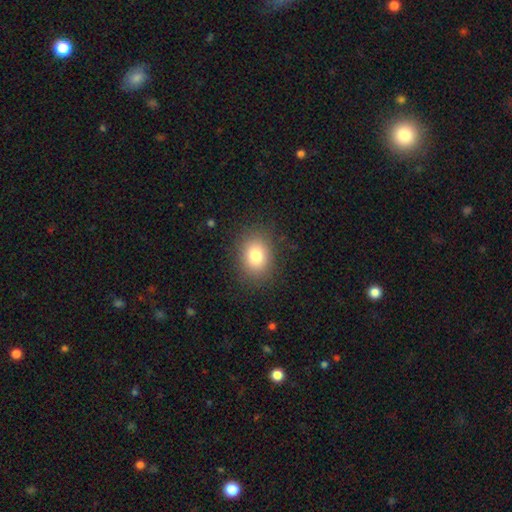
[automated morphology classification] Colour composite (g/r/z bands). It shows a smooth galaxy with no disk features (81%) that is in between round and cigar-shaped (59%). Merging: none (85%).